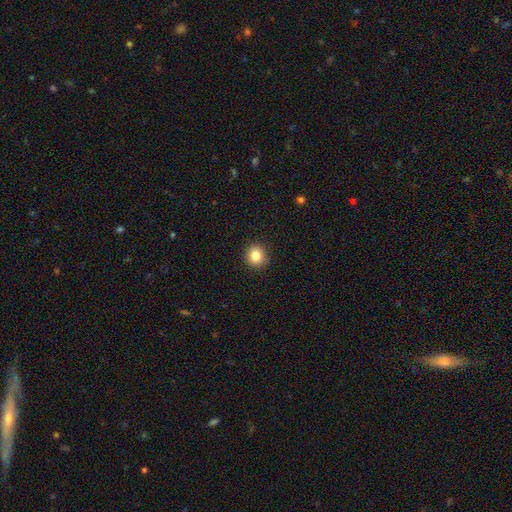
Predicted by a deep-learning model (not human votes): Smooth or featured?
  - smooth: 84% *
  - star or artifact: 10%
  - featured or disk: 6%
How rounded?
  - round: 92% *
  - in between: 7%
  - cigar-shaped: 1%
Merging?
  - none: 92% *
  - minor disturbance: 6%
  - major disturbance: 2%
  - merger: 1%